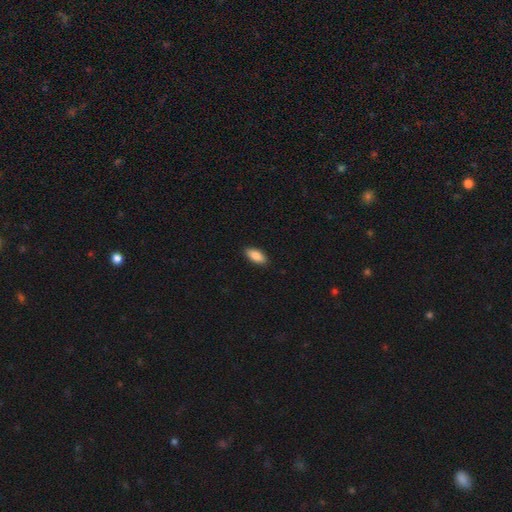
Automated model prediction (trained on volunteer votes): This appears to be a smooth galaxy with no disk features (87%) that is in between round and cigar-shaped (90%). Merging: none (90%).